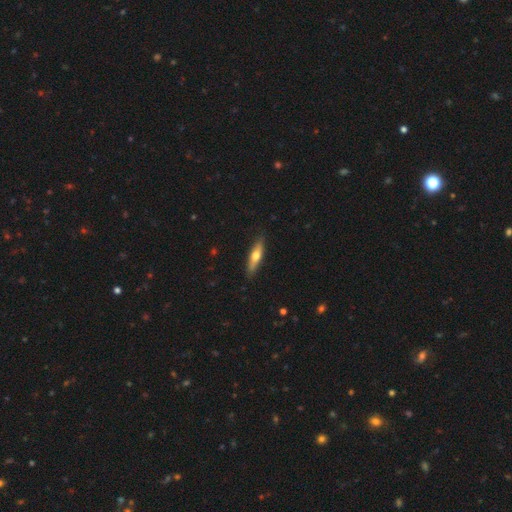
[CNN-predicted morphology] Smooth or featured? Predicted: smooth (p=0.52). How rounded? Predicted: cigar-shaped (p=0.73). Merging? Predicted: none (p=0.87).